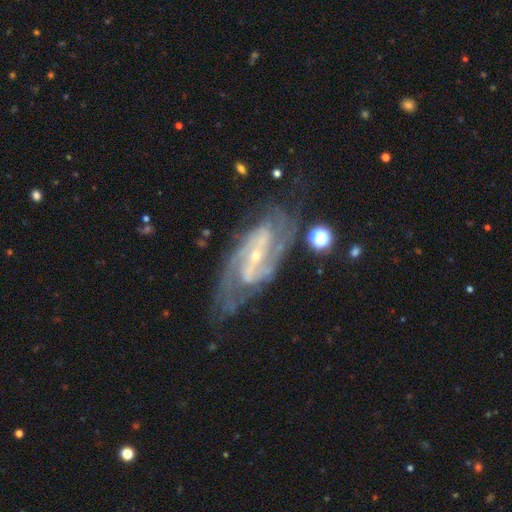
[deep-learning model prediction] This is clearly a featured or disk galaxy (90%). It is clearly not viewed edge-on (94%). Bar: marginally strong (43%). Spiral arm pattern: clearly yes (97%). Spiral arm count: likely 2 (70%). Spiral winding: possibly medium (49%). Central bulge: likely small (78%). Merging: likely none (69%).